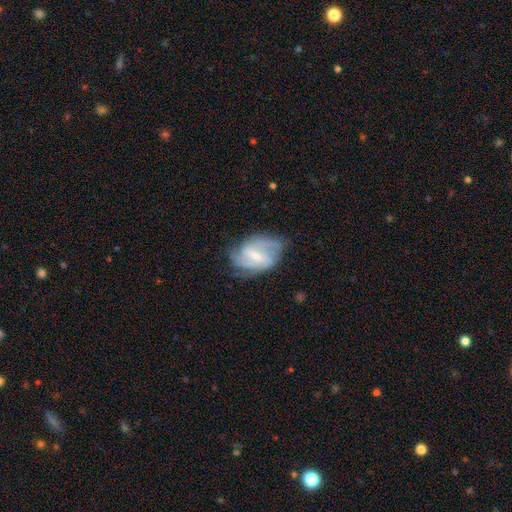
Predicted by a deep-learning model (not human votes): The model was most divided on "bulge size": small: 45%, moderate: 40%, none: 11%, large: 3%, dominant: 1%. Remaining: edge-on disk — no (97%); spiral arms — yes (90%); smooth or featured — featured or disk (76%); merging — none (61%); bar — weak (54%); spiral winding — medium (45%); spiral arm count — 2 (42%).